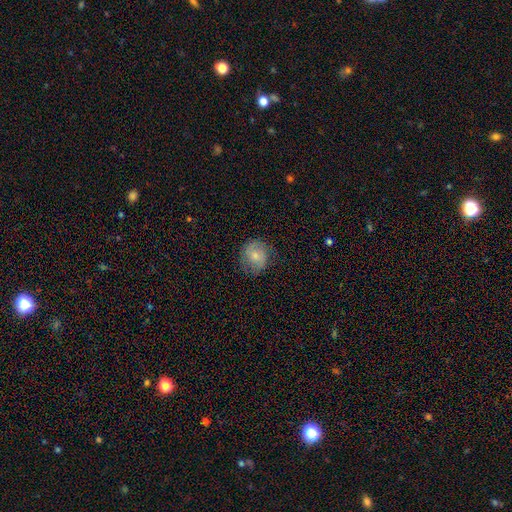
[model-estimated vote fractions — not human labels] Overall: smooth (56%; featured or disk 37%). How rounded: round (79%). Merging: none (72%).